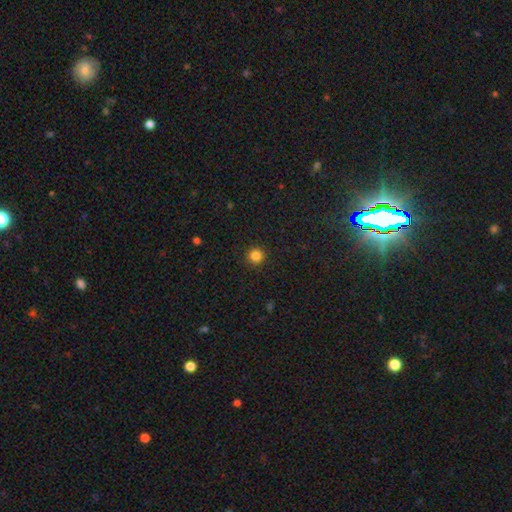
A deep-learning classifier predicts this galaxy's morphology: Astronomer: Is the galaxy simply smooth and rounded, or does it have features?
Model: smooth — 84%.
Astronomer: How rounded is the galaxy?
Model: round — 95%.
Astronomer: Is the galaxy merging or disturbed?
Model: none — 92%.